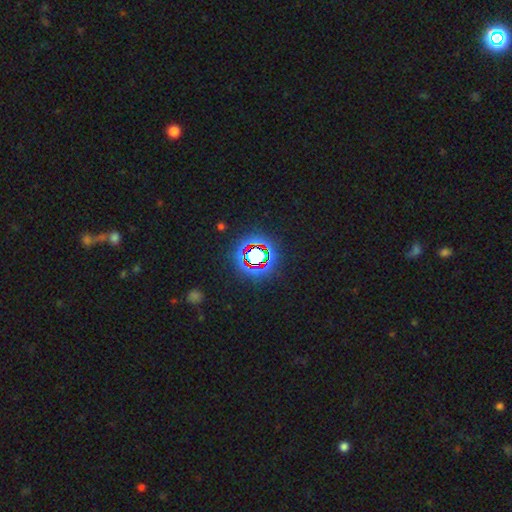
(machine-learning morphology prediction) Smooth or featured: star or artifact — 72% (smooth — 17%)